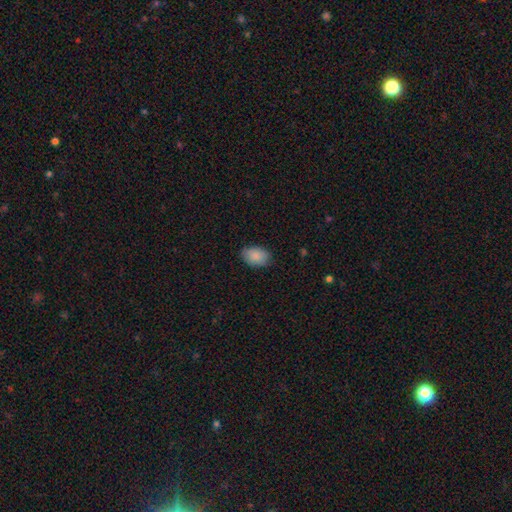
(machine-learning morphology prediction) smooth 89%, star or artifact 7%, featured or disk 5%. Down the decision tree: how rounded — in between (86%); merging — none (83%).